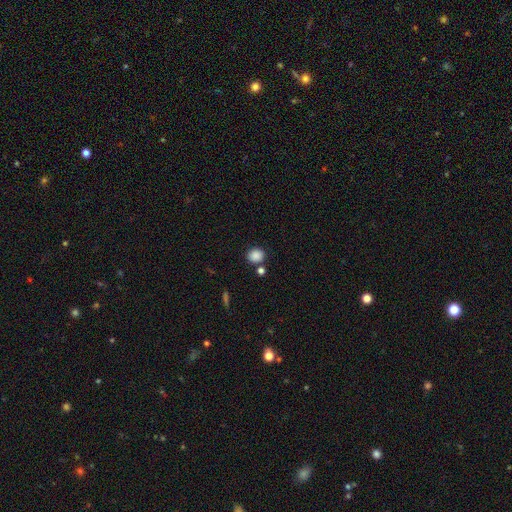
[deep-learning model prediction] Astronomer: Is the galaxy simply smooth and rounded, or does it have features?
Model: smooth — 87%.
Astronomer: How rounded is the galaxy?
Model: round — 77%.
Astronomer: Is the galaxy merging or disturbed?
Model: none — 78%.